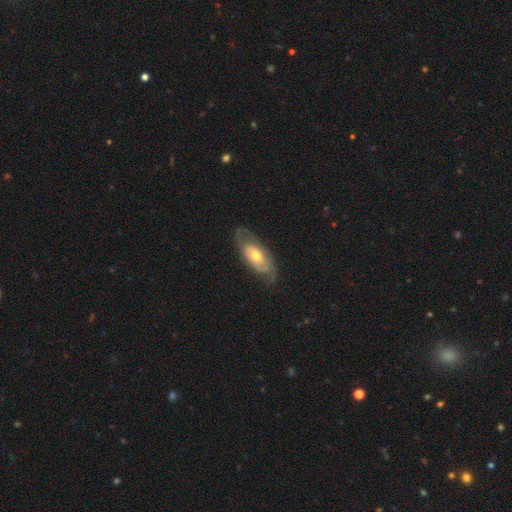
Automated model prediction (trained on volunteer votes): featured or disk 65%, smooth 30%, star or artifact 5%. Down the decision tree: edge-on disk — no (85%); bar — no (74%); spiral arms — yes (69%); bulge size — moderate (67%); merging — none (68%).